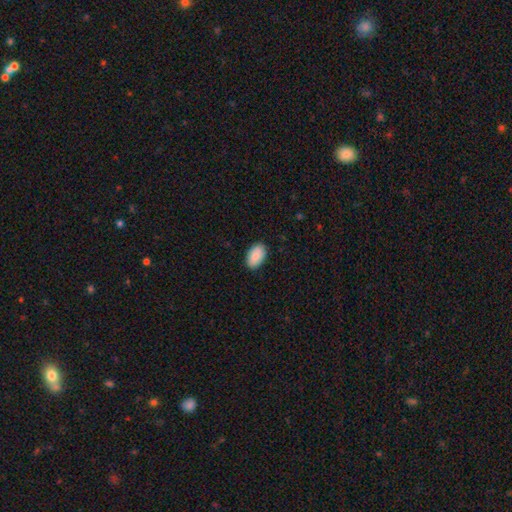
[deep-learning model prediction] The model was most divided on "merging": none: 89%, minor disturbance: 8%, major disturbance: 2%, merger: 1%. More confident: how rounded — in between (93%); smooth or featured — smooth (88%).